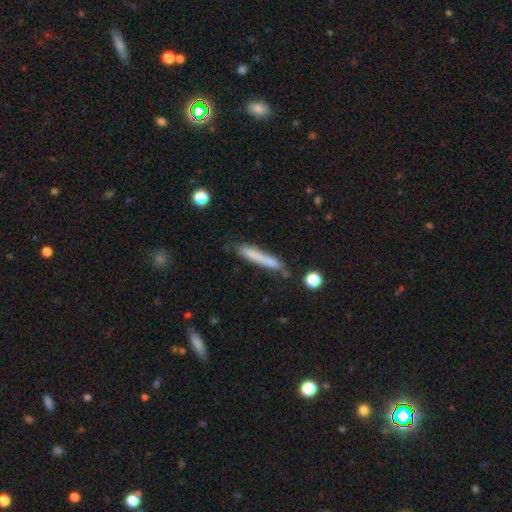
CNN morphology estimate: Smooth or featured? smooth (72%)
How rounded? cigar-shaped (93%)
Merging? none (67%)